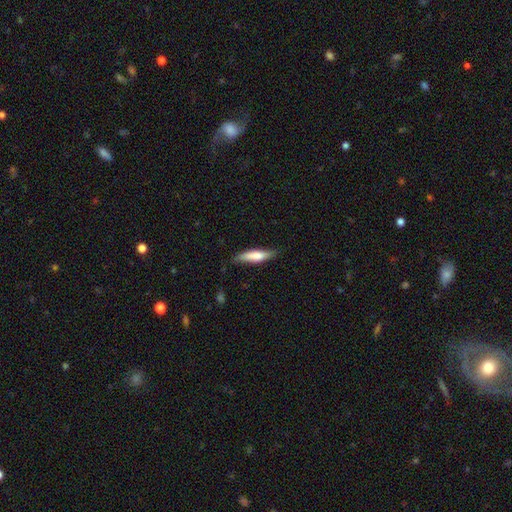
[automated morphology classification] Smooth or featured? Predicted: smooth (p=0.69). How rounded? Predicted: cigar-shaped (p=0.77). Merging? Predicted: none (p=0.77).